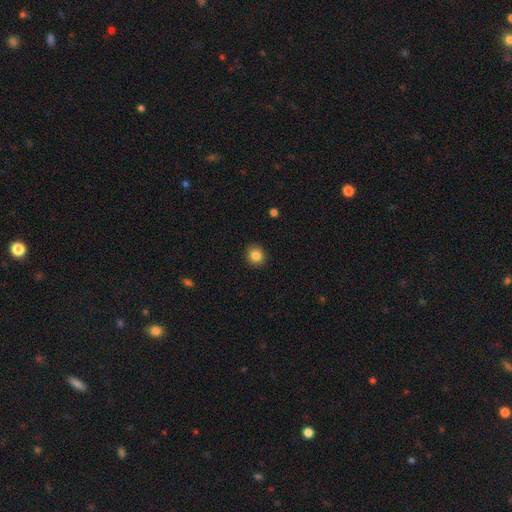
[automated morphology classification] This is clearly a smooth galaxy (85%). How rounded: clearly round (86%). Merging: clearly none (91%).